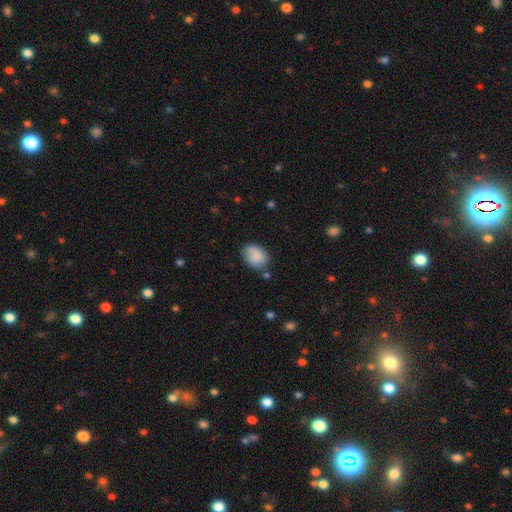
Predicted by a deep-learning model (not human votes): A smooth galaxy with no disk features (80%) that is in between round and cigar-shaped (72%).

Vote fractions:
- Smooth or featured? smooth: 80% / featured or disk: 13% / star or artifact: 7%
- How rounded? in between: 72% / round: 27% / cigar-shaped: 1%
- Merging? none: 67% / minor disturbance: 23% / major disturbance: 5% / merger: 5%